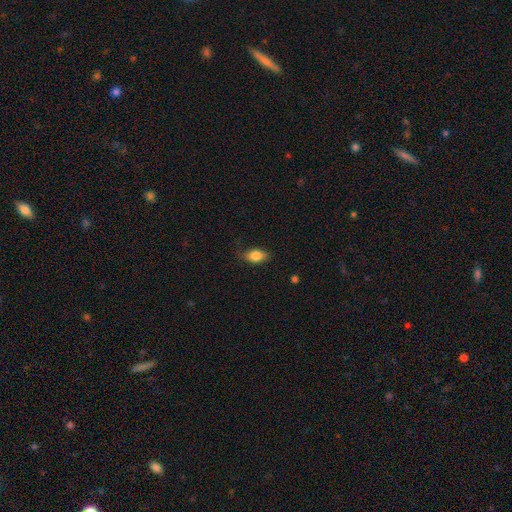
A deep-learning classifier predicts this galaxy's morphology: Smooth or featured?
  - smooth: 83% *
  - featured or disk: 9%
  - star or artifact: 8%
How rounded?
  - in between: 86% *
  - round: 10%
  - cigar-shaped: 4%
Merging?
  - none: 76% *
  - minor disturbance: 19%
  - major disturbance: 4%
  - merger: 1%